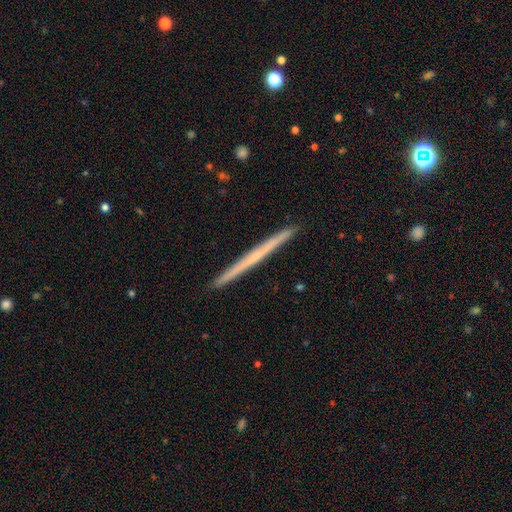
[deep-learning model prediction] Smooth or featured? Predicted: featured or disk (p=0.56). Edge-on disk? Predicted: yes (p=0.98). Edge-on bulge? Predicted: none (p=0.82). Merging? Predicted: none (p=0.93).